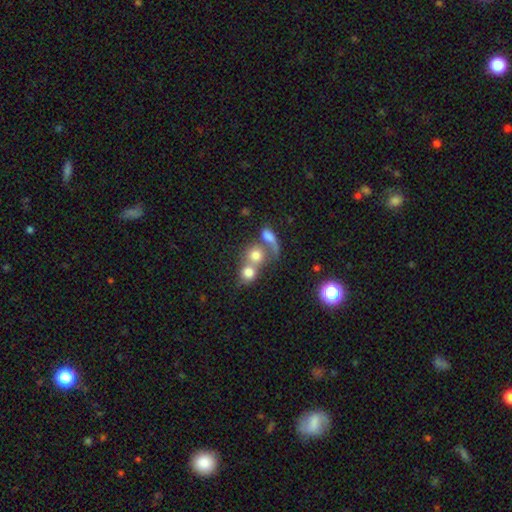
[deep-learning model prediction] A smooth galaxy with no disk features (69%) that is round (74%).

Vote fractions:
- Smooth or featured? smooth: 69% / featured or disk: 18% / star or artifact: 13%
- How rounded? round: 74% / in between: 24% / cigar-shaped: 2%
- Merging? merger: 61% / none: 25% / major disturbance: 8% / minor disturbance: 6%